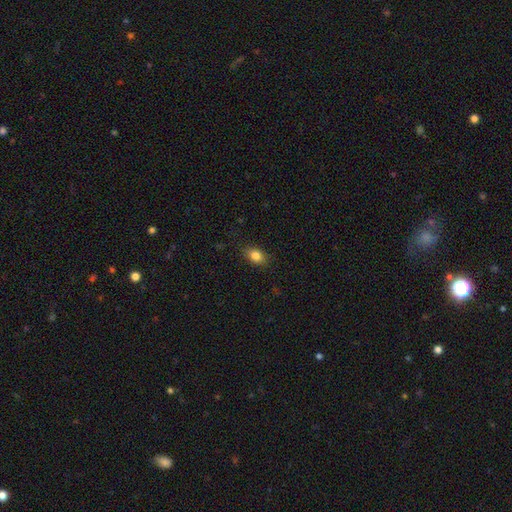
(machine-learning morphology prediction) A smooth galaxy with no disk features (84%) that is in between round and cigar-shaped (74%). Merging: none (84%).